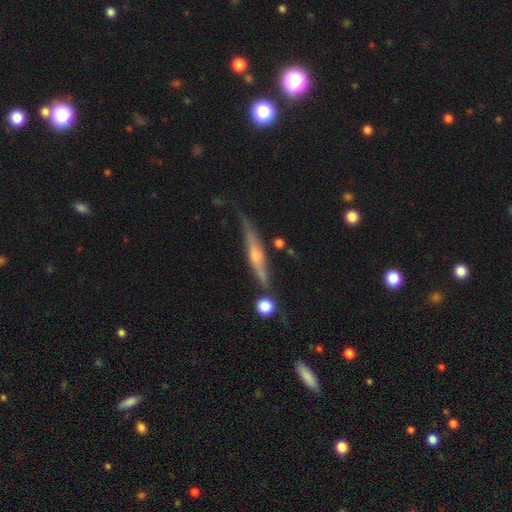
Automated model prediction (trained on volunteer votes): Q: Smooth or featured?
A: featured or disk (67%); runner-up: smooth (27%)
Q: Edge-on disk?
A: yes (92%); runner-up: no (8%)
Q: Edge-on bulge?
A: rounded (69%); runner-up: none (21%)
Q: Merging?
A: none (67%); runner-up: minor disturbance (21%)